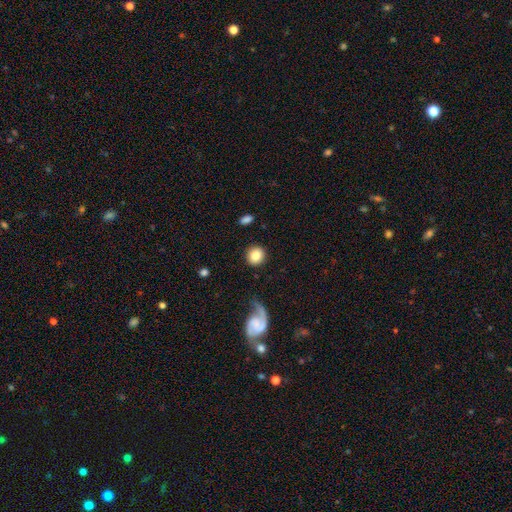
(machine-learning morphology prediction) This appears to be a smooth galaxy with no disk features (82%) that is round (92%). Merging: none (87%).